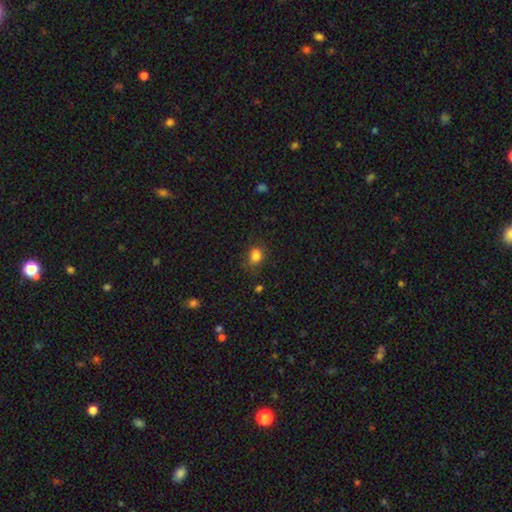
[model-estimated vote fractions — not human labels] This appears to be a smooth galaxy with no disk features (83%) that is in between round and cigar-shaped (51%). Merging: none (74%).